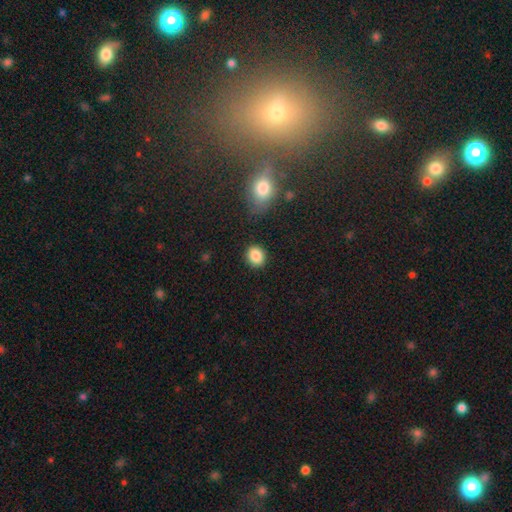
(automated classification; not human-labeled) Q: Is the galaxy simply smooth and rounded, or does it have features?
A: smooth — 87%.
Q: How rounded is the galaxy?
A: round — 66%.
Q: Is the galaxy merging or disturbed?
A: none — 87%.